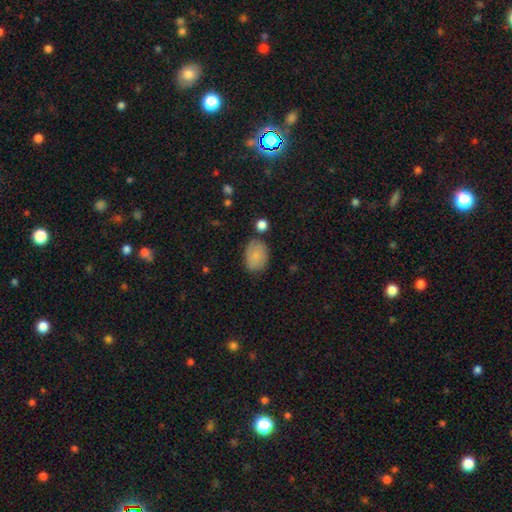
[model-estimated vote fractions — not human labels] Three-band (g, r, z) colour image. It shows a smooth galaxy with no disk features (83%) that is in between round and cigar-shaped (79%). Merging: none (72%).